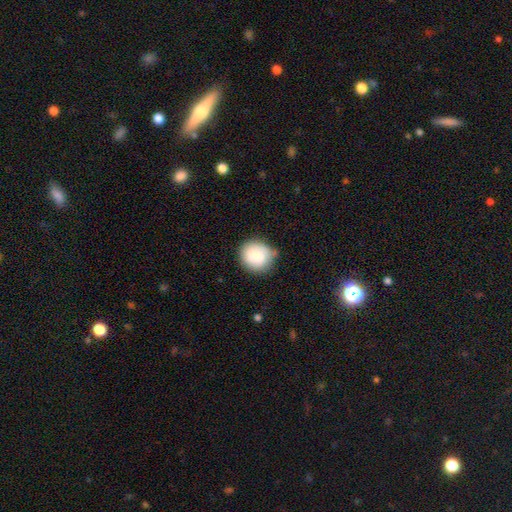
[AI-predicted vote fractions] Q: Smooth or featured?
A: smooth (76%); runner-up: featured or disk (17%)
Q: How rounded?
A: round (83%); runner-up: in between (16%)
Q: Merging?
A: none (74%); runner-up: minor disturbance (19%)